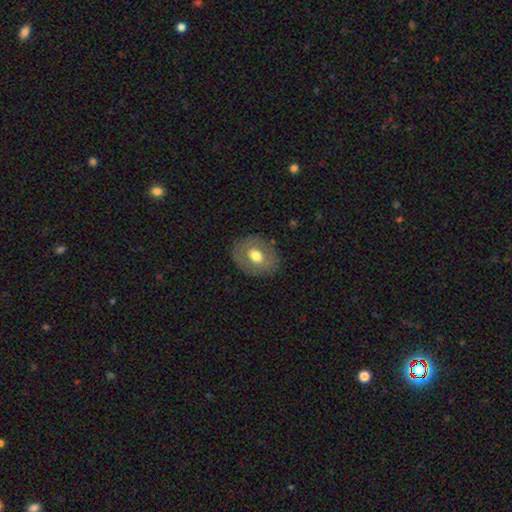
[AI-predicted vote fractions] smooth-or-featured: smooth: 57% | featured or disk: 35% | star or artifact: 7%
  how-rounded: in between: 55% | round: 44% | cigar-shaped: 1%
  merging: none: 82% | minor disturbance: 12% | major disturbance: 4% | merger: 1%